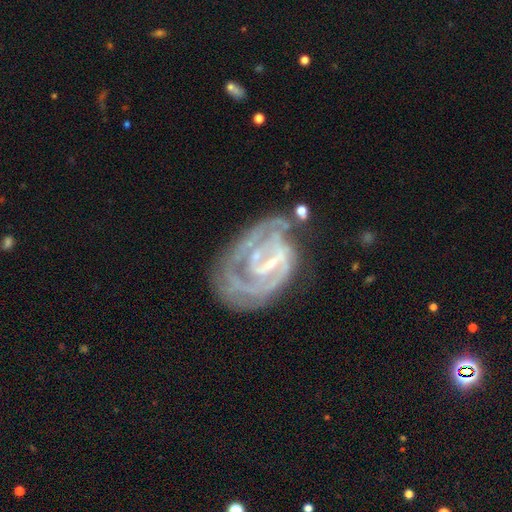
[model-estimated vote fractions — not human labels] This appears to be a featured or disk galaxy (87%) with a weak bar (43%), 2 (44%) tight (54%) spiral arms (89%) and a small central bulge (60%). Merging: none (43%).